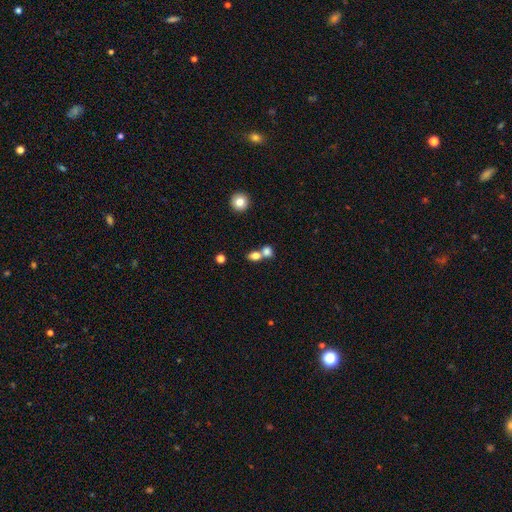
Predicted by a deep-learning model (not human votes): Overall: smooth (80%). How rounded: in between (63%; round 34%). Merging: merger (54%; none 36%).